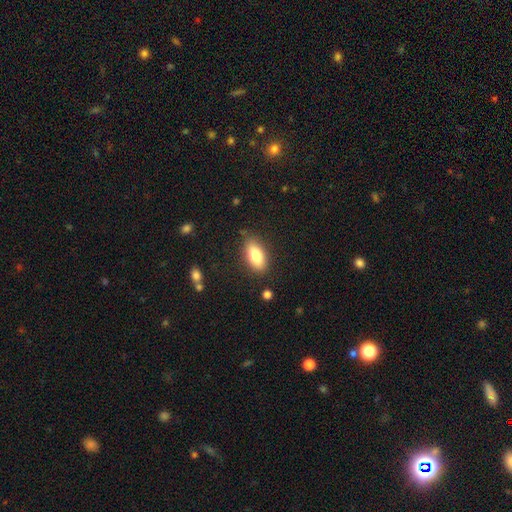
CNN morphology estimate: Smooth or featured? Predicted: smooth (p=0.81). How rounded? Predicted: in between (p=0.87). Merging? Predicted: none (p=0.83).